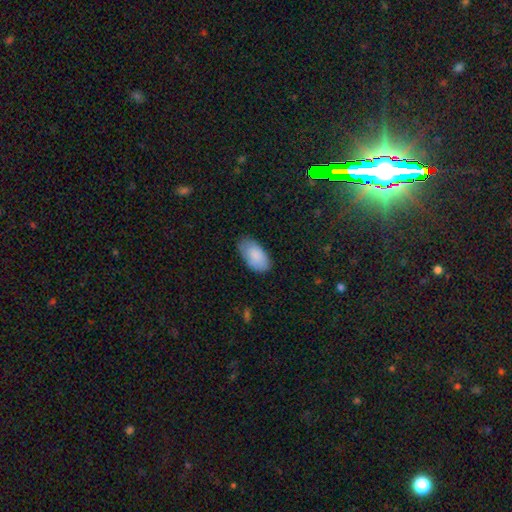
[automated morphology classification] smooth-or-featured: smooth: 87% | featured or disk: 7% | star or artifact: 6%
  how-rounded: in between: 96% | round: 2% | cigar-shaped: 2%
  merging: none: 74% | minor disturbance: 21% | major disturbance: 4% | merger: 1%